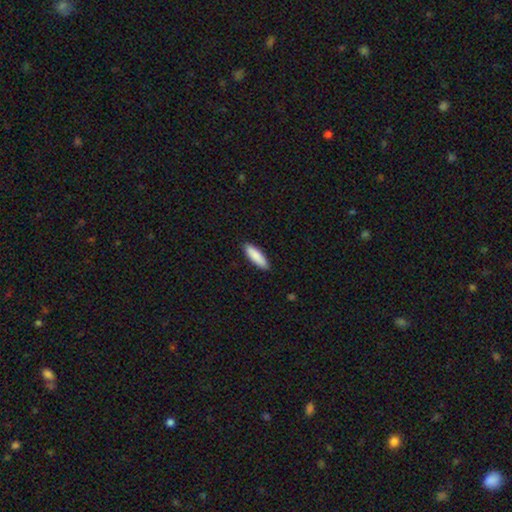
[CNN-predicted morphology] A smooth galaxy with no disk features (88%) that is cigar-shaped (57%).

Vote fractions:
- Smooth or featured? smooth: 88% / featured or disk: 6% / star or artifact: 5%
- How rounded? cigar-shaped: 57% / in between: 42% / round: 1%
- Merging? none: 90% / minor disturbance: 8% / major disturbance: 2% / merger: 1%